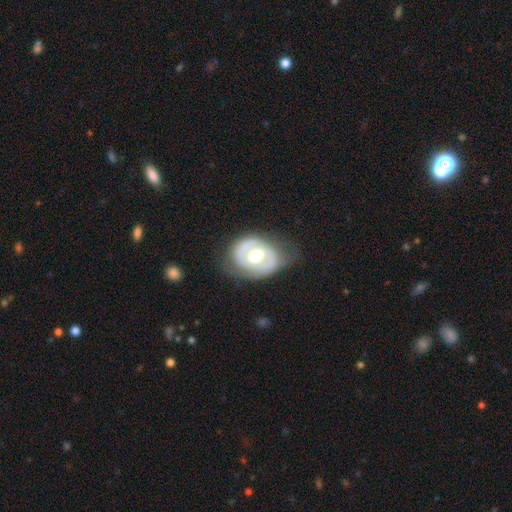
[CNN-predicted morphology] smooth-or-featured: featured or disk: 68% | smooth: 27% | star or artifact: 5%
  disk-edge-on: no: 96% | yes: 4%
    bar: no: 60% | weak: 27% | strong: 12%
    has-spiral-arms: no: 58% | yes: 42%
    bulge-size: moderate: 54% | large: 38% | small: 3% | dominant: 3% | none: 1%
  merging: none: 65% | minor disturbance: 22% | major disturbance: 11% | merger: 1%